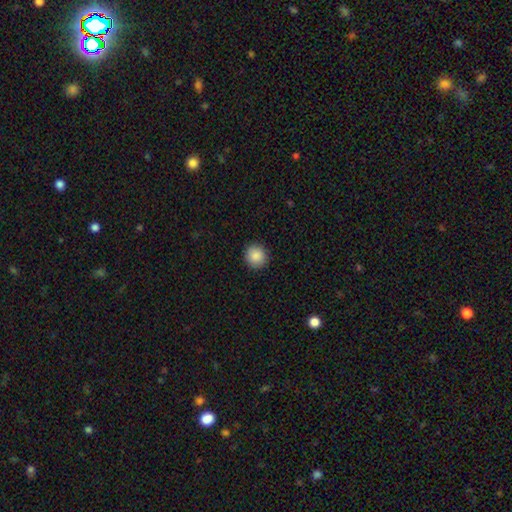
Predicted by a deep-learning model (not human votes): The model was most divided on "smooth or featured": smooth: 88%, star or artifact: 9%, featured or disk: 3%. More confident: merging — none (92%); how rounded — round (92%).